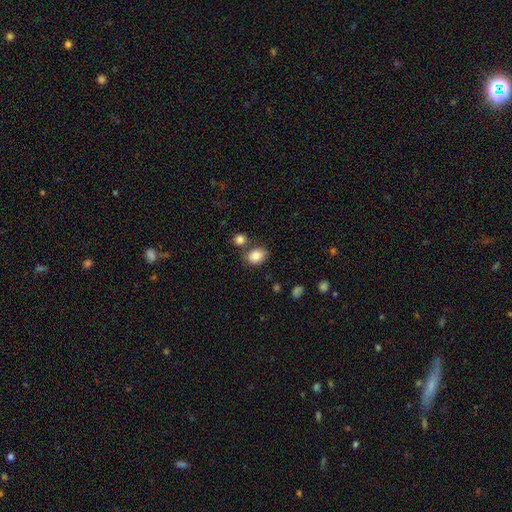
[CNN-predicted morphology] A smooth galaxy with no disk features (84%) that is in between round and cigar-shaped (60%).

Vote fractions:
- Smooth or featured? smooth: 84% / star or artifact: 9% / featured or disk: 7%
- How rounded? in between: 60% / round: 39% / cigar-shaped: 1%
- Merging? none: 68% / merger: 16% / minor disturbance: 13% / major disturbance: 4%